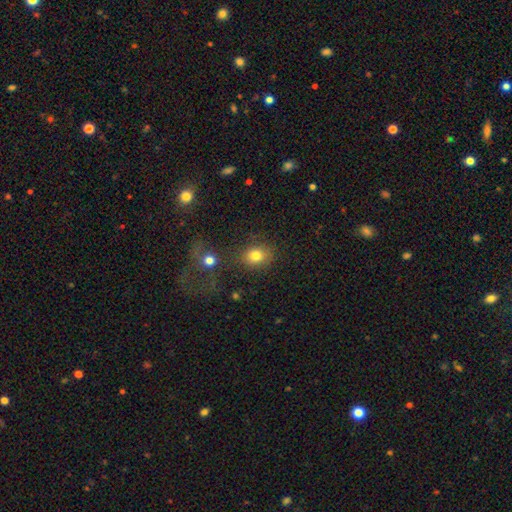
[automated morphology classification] This is likely a smooth galaxy (79%). How rounded: likely round (62%). Merging: likely none (75%).